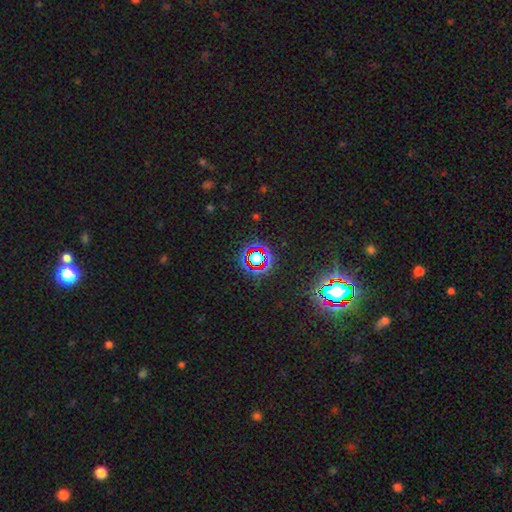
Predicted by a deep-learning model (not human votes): smooth-or-featured: star or artifact: 74% | smooth: 16% | featured or disk: 9%